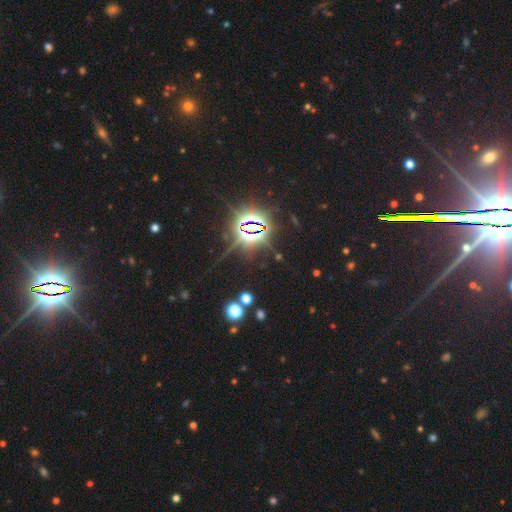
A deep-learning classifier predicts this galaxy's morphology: smooth_or_featured: star or artifact (p=0.83) [alt: smooth p=0.09]